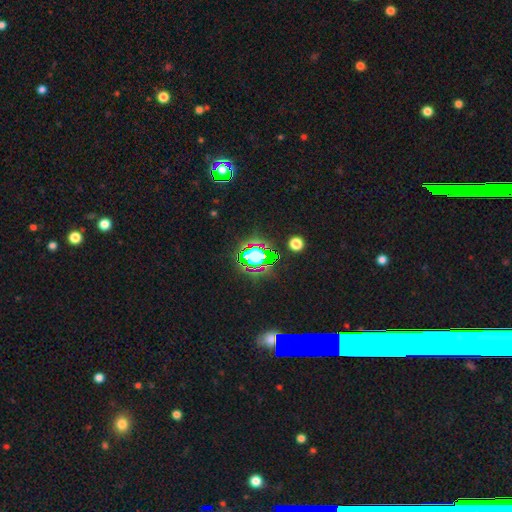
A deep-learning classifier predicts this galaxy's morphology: Smooth or featured? star or artifact (65%)